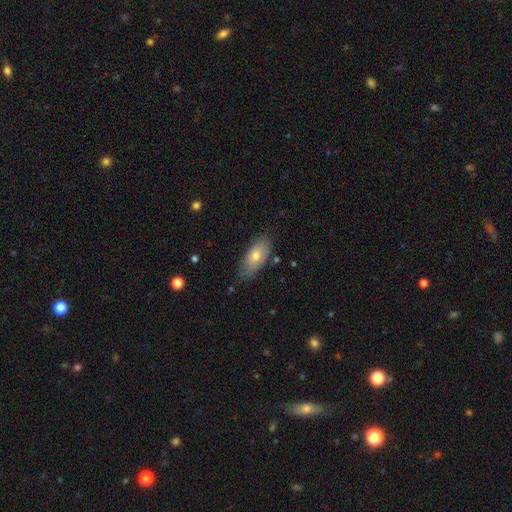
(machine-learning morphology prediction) Smooth or featured?
  - smooth: 70% *
  - featured or disk: 24%
  - star or artifact: 6%
How rounded?
  - in between: 86% *
  - cigar-shaped: 11%
  - round: 3%
Merging?
  - none: 73% *
  - minor disturbance: 21%
  - major disturbance: 4%
  - merger: 2%